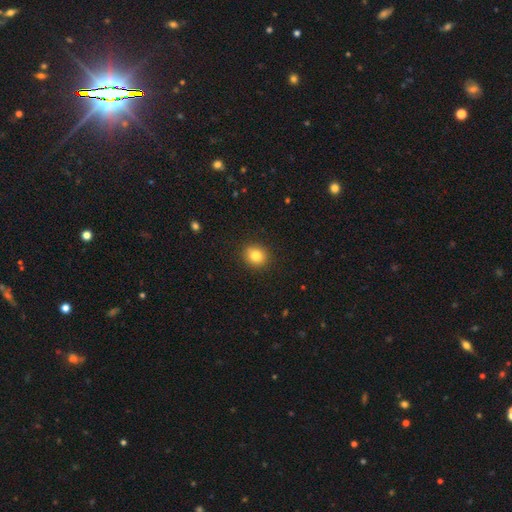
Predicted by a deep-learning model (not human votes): Smooth or featured?
  - smooth: 82% *
  - star or artifact: 11%
  - featured or disk: 7%
How rounded?
  - round: 77% *
  - in between: 22%
  - cigar-shaped: 1%
Merging?
  - none: 91% *
  - minor disturbance: 6%
  - major disturbance: 2%
  - merger: 1%